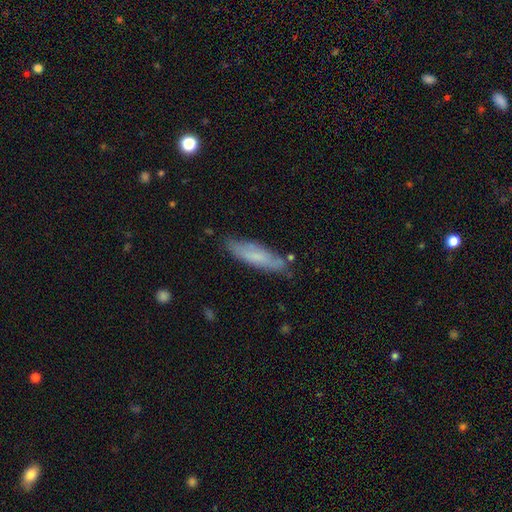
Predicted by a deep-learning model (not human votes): Smooth or featured: smooth — 66% (featured or disk — 27%)
How rounded: cigar-shaped — 70% (in between — 29%)
Merging: none — 77% (minor disturbance — 18%)